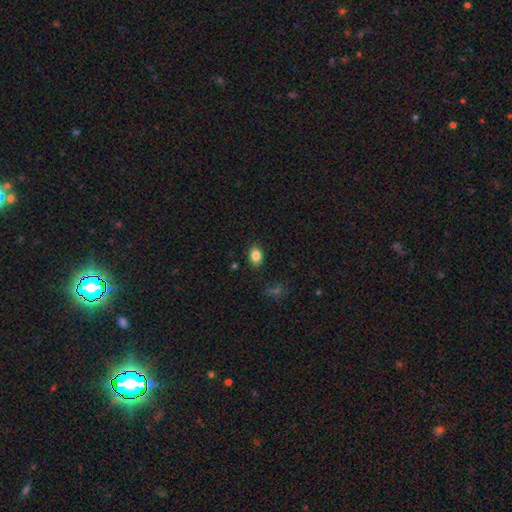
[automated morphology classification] type=smooth (84%); roundness=in between (73%); merging=none (83%).